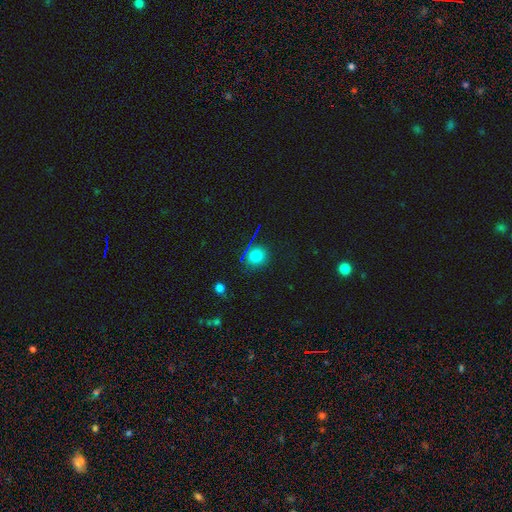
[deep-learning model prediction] A smooth galaxy with no disk features (73%) that is round (85%).

Vote fractions:
- Smooth or featured? smooth: 73% / star or artifact: 21% / featured or disk: 6%
- How rounded? round: 85% / in between: 14% / cigar-shaped: 1%
- Merging? none: 81% / minor disturbance: 11% / major disturbance: 4% / merger: 3%